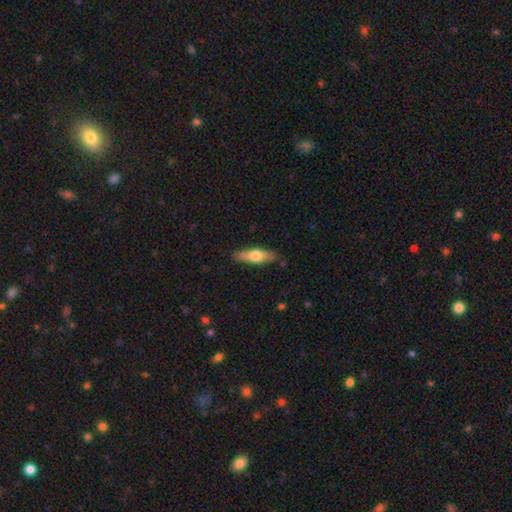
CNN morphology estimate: A smooth galaxy with no disk features (63%) that is in between round and cigar-shaped (49%). Merging: none (84%).